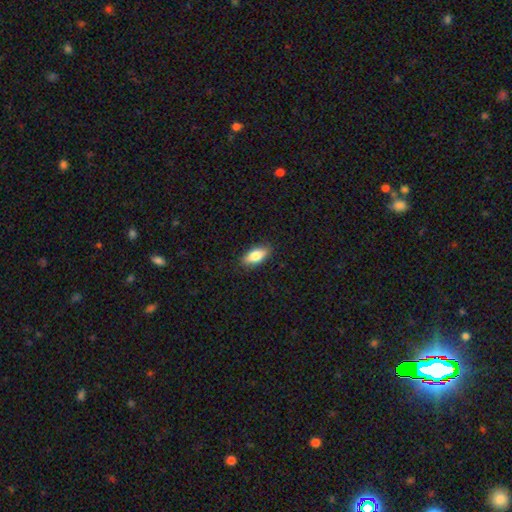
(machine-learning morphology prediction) smooth 80%, featured or disk 14%, star or artifact 7%. Down the decision tree: how rounded — in between (84%); merging — none (88%).